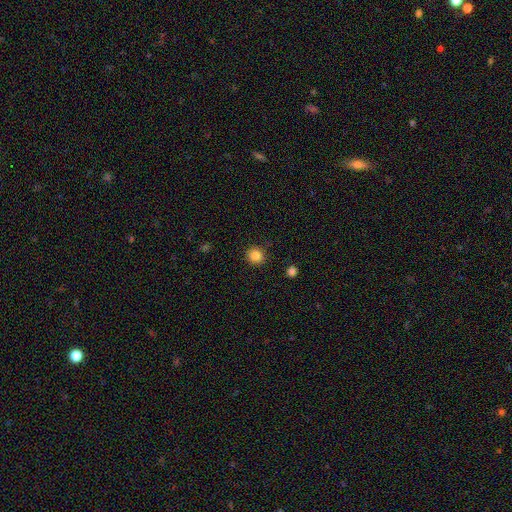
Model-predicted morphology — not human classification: Smooth or featured? Predicted: smooth (p=0.84). How rounded? Predicted: round (p=0.91). Merging? Predicted: none (p=0.90).